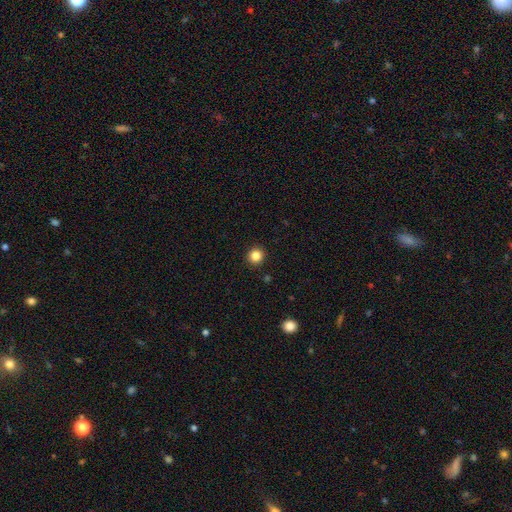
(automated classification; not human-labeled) Smooth or featured? Predicted: smooth (p=0.84). How rounded? Predicted: round (p=0.93). Merging? Predicted: none (p=0.92).